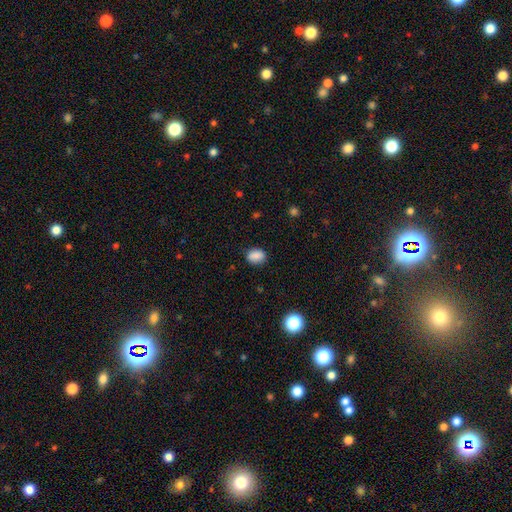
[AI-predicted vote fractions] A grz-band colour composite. It shows a smooth galaxy with no disk features (86%) that is in between round and cigar-shaped (65%). Merging: none (83%).